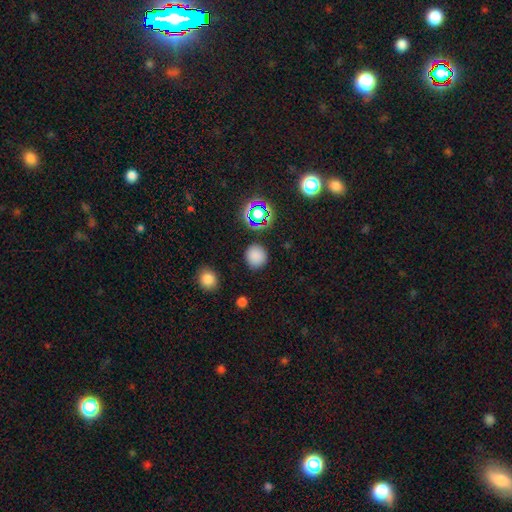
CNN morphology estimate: smooth_or_featured: smooth (p=0.81) [alt: star or artifact p=0.15]
how_rounded: round (p=0.89) [alt: in between p=0.10]
merging: none (p=0.87) [alt: minor disturbance p=0.09]